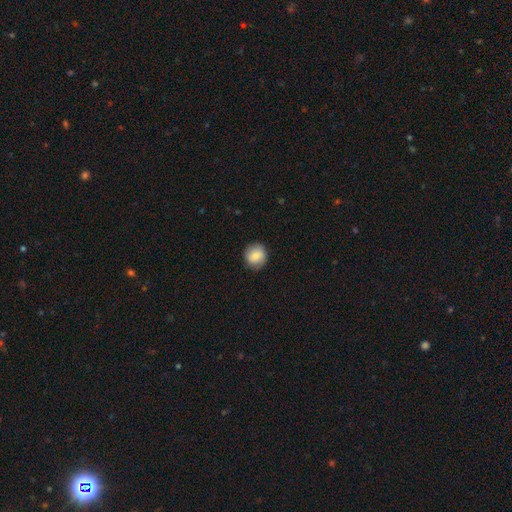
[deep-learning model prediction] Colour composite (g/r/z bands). It shows a smooth galaxy with no disk features (79%) that is round (90%). Merging: none (86%).